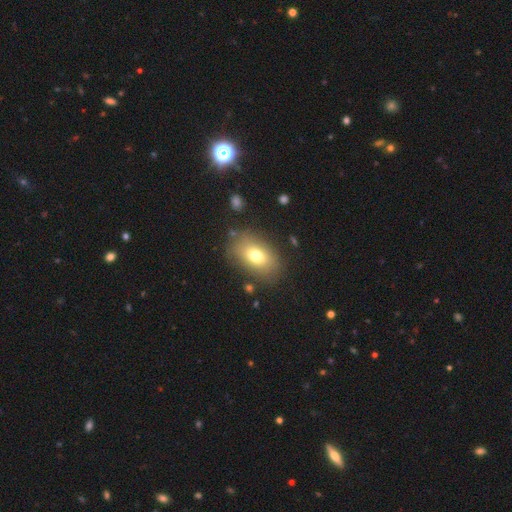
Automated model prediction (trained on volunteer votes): Overall: smooth (72%). How rounded: in between (84%). Merging: none (79%).